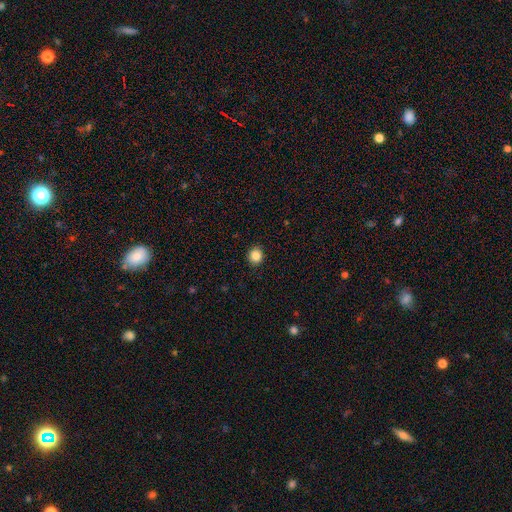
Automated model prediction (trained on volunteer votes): Smooth or featured? Predicted: smooth (p=0.85). How rounded? Predicted: round (p=0.86). Merging? Predicted: none (p=0.91).